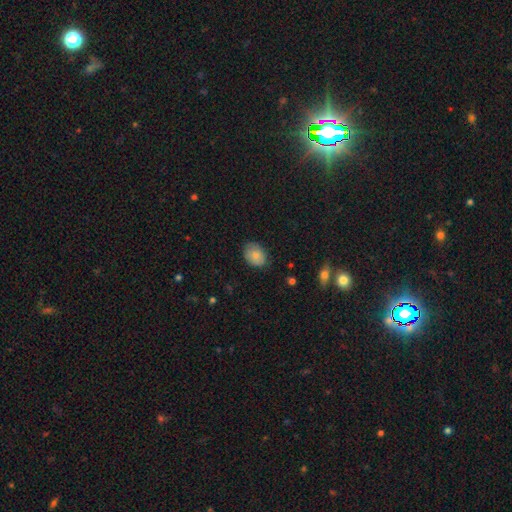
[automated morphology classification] This is clearly a smooth galaxy (80%). How rounded: likely in between (66%). Merging: likely none (75%).